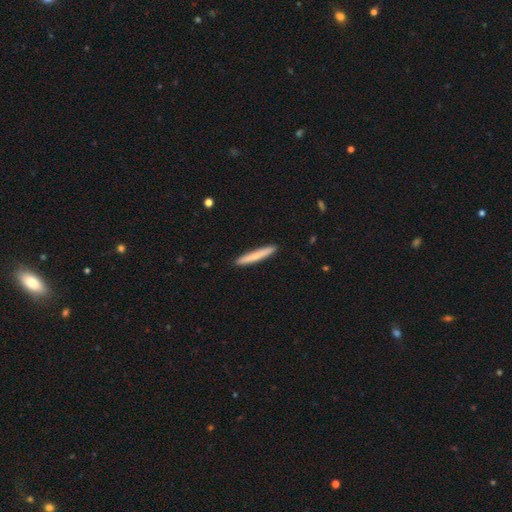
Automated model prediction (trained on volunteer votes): A smooth galaxy with no disk features (76%) that is cigar-shaped (96%). Merging: none (92%).